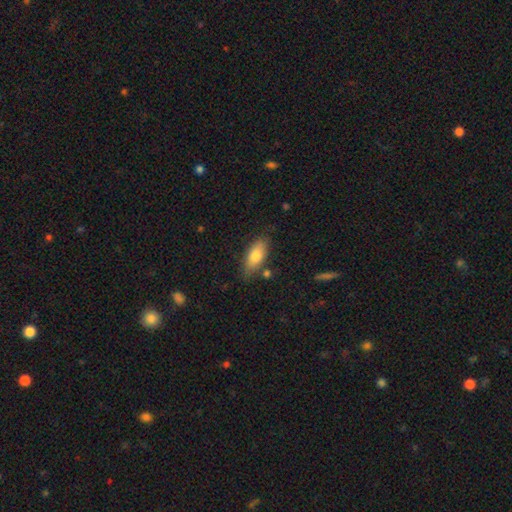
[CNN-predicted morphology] Overall: smooth (76%). How rounded: in between (83%). Merging: none (74%).